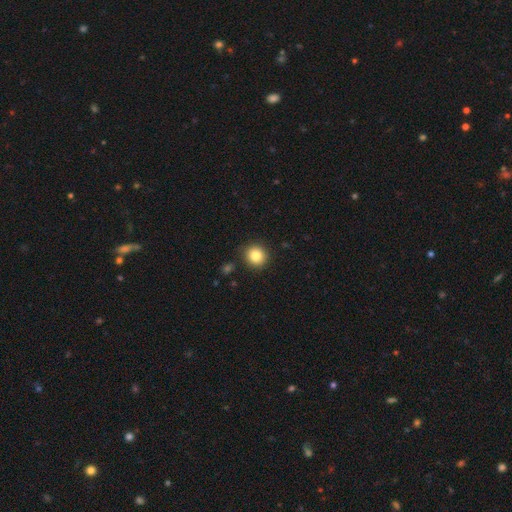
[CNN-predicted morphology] A smooth galaxy with no disk features (83%) that is round (92%). Merging: none (90%).